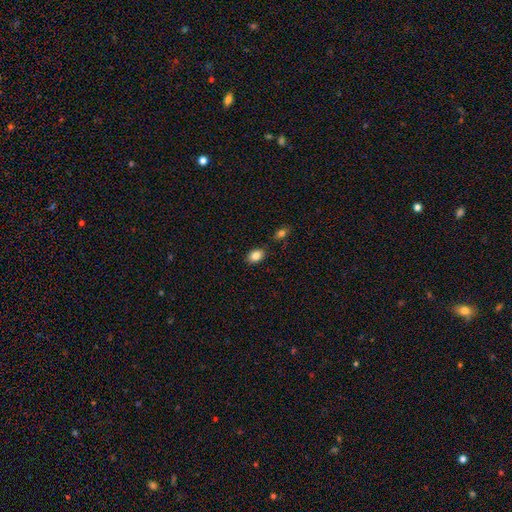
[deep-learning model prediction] This appears to be a smooth galaxy with no disk features (85%) that is in between round and cigar-shaped (83%). Merging: none (83%).